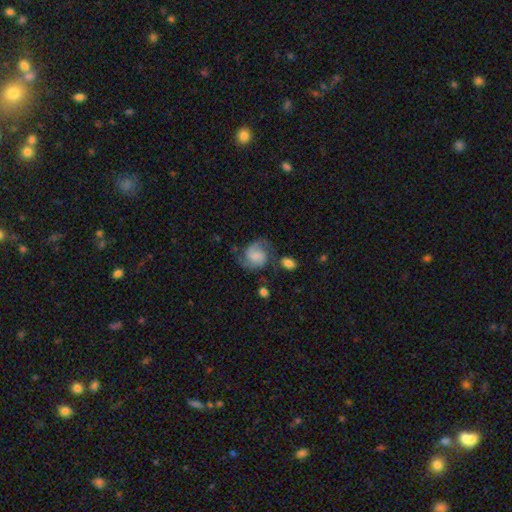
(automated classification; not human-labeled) smooth_or_featured: featured or disk (p=0.69) [alt: smooth p=0.24]
disk_edge_on: no (p=0.98) [alt: yes p=0.02]
bar: no (p=0.52) [alt: weak p=0.39]
has_spiral_arms: yes (p=0.94) [alt: no p=0.06]
spiral_winding: medium (p=0.50) [alt: tight p=0.28]
spiral_arm_count: 2 (p=0.88) [alt: can't tell p=0.05]
bulge_size: none (p=0.39) [alt: small p=0.27]
merging: none (p=0.63) [alt: minor disturbance p=0.19]